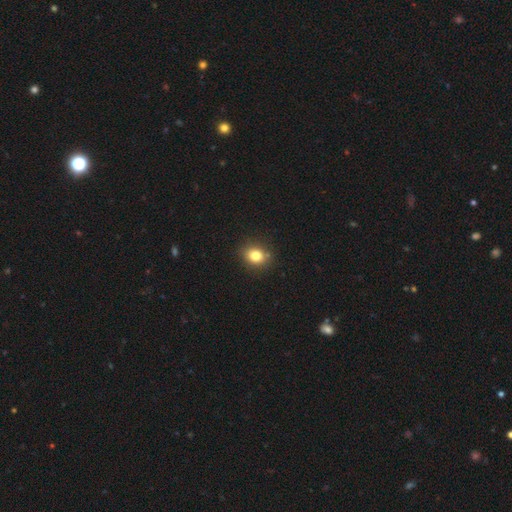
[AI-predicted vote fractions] smooth_or_featured: smooth (p=0.81) [alt: star or artifact p=0.12]
how_rounded: round (p=0.59) [alt: in between p=0.40]
merging: none (p=0.87) [alt: minor disturbance p=0.10]